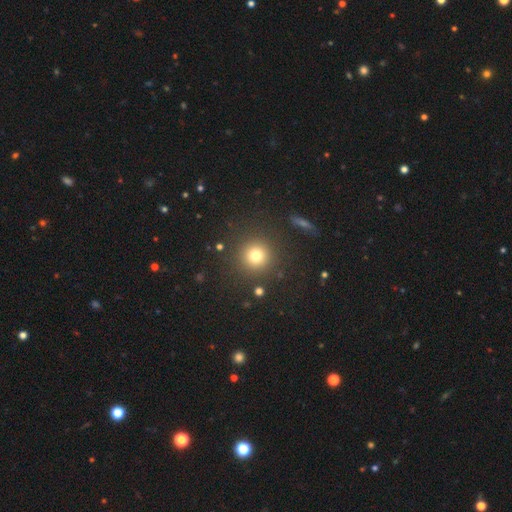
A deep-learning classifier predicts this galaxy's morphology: type=smooth (76%); roundness=round (95%); merging=none (89%).